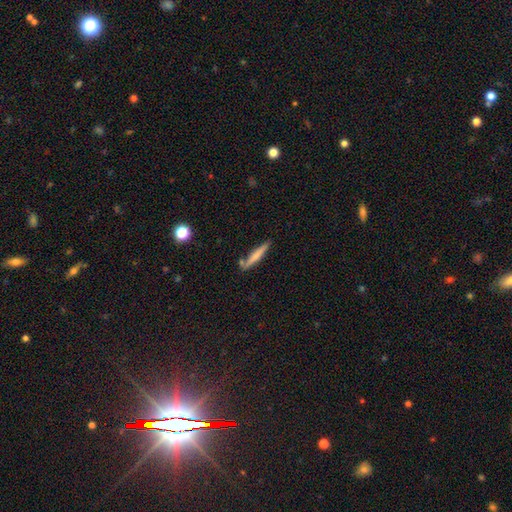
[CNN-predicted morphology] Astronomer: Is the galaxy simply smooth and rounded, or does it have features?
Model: smooth — 67%.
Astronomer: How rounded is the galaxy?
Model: cigar-shaped — 93%.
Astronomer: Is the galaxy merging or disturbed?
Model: none — 75%.